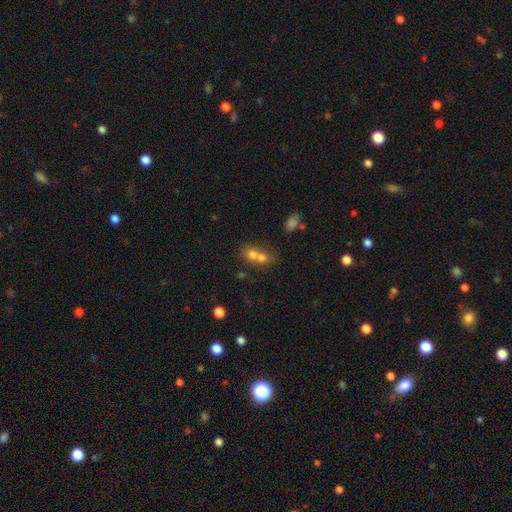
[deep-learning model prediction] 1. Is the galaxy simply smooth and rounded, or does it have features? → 70% smooth, 17% featured or disk, 13% star or artifact.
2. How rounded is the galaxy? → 64% round, 35% in between, 1% cigar-shaped.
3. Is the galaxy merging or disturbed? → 67% merger, 24% none, 6% minor disturbance, 3% major disturbance.